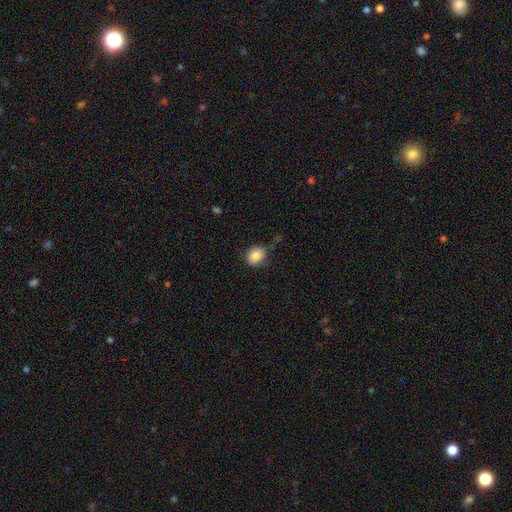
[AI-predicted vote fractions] This appears to be a smooth galaxy with no disk features (82%) that is round (66%). Merging: none (74%).